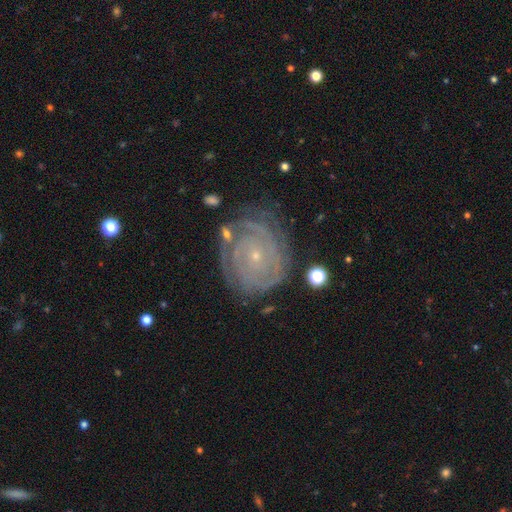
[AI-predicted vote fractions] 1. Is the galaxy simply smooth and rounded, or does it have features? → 86% featured or disk, 7% smooth, 7% star or artifact.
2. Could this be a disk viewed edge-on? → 97% no, 3% yes.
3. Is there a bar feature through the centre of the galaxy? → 78% no, 16% weak, 6% strong.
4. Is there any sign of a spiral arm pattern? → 97% yes, 3% no.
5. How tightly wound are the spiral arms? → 85% tight, 12% medium, 2% loose.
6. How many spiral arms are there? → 27% can't tell, 26% 2, 19% 3, 14% 4, 8% more than 4, 7% 1.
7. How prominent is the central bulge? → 85% small, 11% moderate, 1% none, 1% large, 1% dominant.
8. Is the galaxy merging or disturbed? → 76% none, 16% minor disturbance, 6% major disturbance, 2% merger.